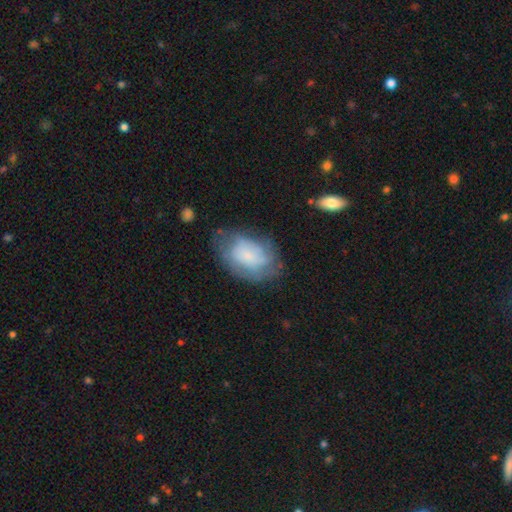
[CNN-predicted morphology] This is possibly a smooth galaxy (50%). Merging: possibly none (50%).